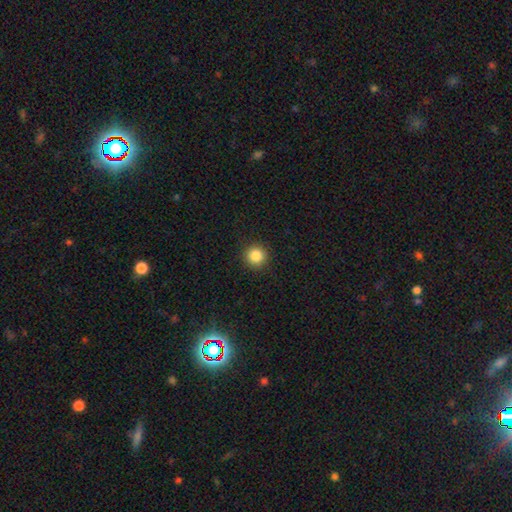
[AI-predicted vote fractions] Smooth or featured: smooth — 86% (star or artifact — 10%)
How rounded: round — 95% (in between — 5%)
Merging: none — 92% (minor disturbance — 5%)